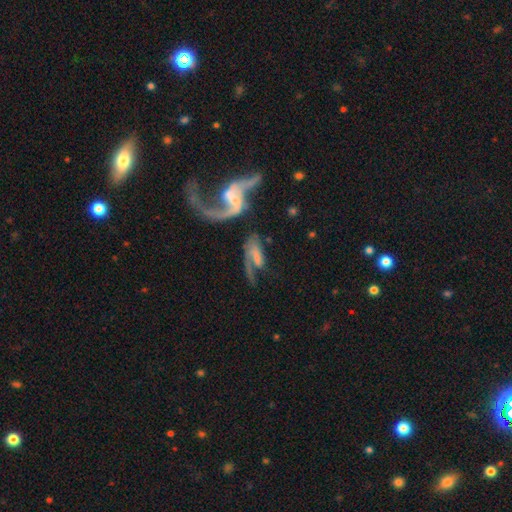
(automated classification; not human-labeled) smooth_or_featured: featured or disk (p=0.71) [alt: smooth p=0.21]
disk_edge_on: no (p=0.94) [alt: yes p=0.06]
bar: no (p=0.43) [alt: weak p=0.38]
has_spiral_arms: yes (p=0.88) [alt: no p=0.12]
spiral_winding: loose (p=0.61) [alt: medium p=0.29]
spiral_arm_count: 2 (p=0.58) [alt: 1 p=0.34]
bulge_size: none (p=0.39) [alt: small p=0.34]
merging: major disturbance (p=0.31) [alt: none p=0.29]